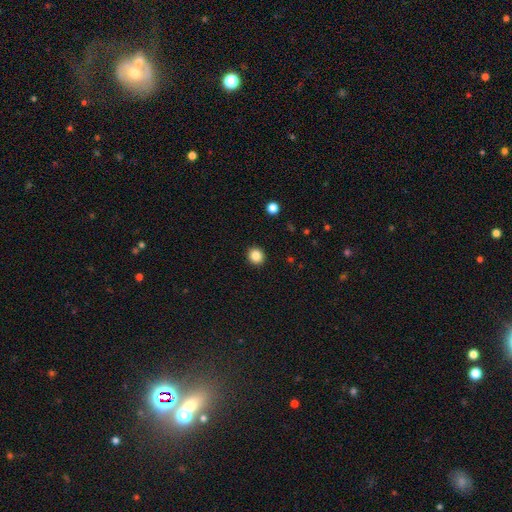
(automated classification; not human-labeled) smooth-or-featured: smooth: 85% | star or artifact: 10% | featured or disk: 5%
  how-rounded: round: 88% | in between: 11% | cigar-shaped: 1%
  merging: none: 93% | minor disturbance: 5% | major disturbance: 2% | merger: 1%